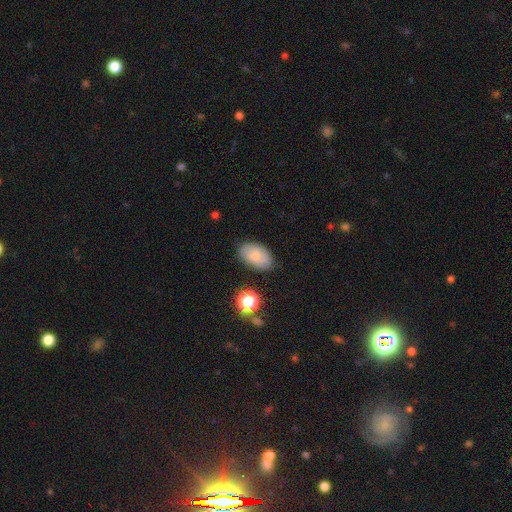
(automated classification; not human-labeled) smooth_or_featured: smooth (p=0.73) [alt: featured or disk p=0.18]
how_rounded: in between (p=0.91) [alt: round p=0.08]
merging: none (p=0.79) [alt: minor disturbance p=0.15]